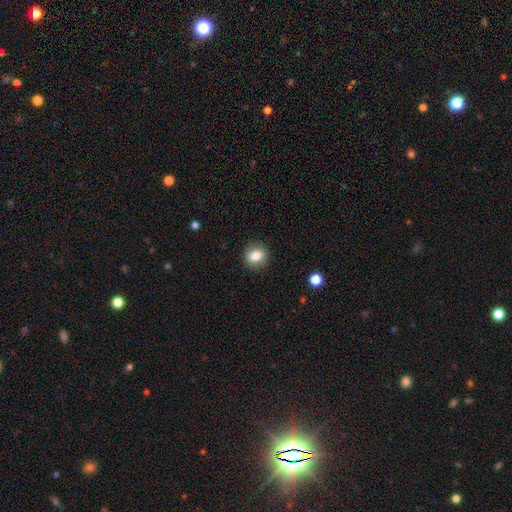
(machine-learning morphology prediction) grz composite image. It shows a smooth galaxy with no disk features (81%) that is round (66%). Merging: none (88%).